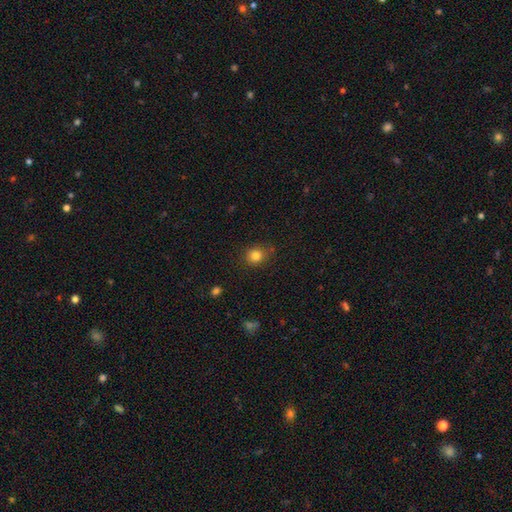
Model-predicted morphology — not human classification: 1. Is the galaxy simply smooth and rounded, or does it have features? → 82% smooth, 12% star or artifact, 6% featured or disk.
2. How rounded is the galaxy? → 78% round, 21% in between, 1% cigar-shaped.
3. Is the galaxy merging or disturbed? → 81% none, 14% minor disturbance, 3% major disturbance, 2% merger.